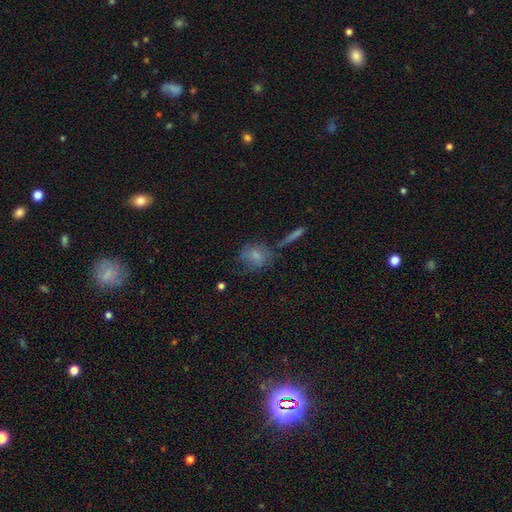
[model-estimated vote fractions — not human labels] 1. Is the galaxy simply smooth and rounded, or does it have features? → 65% smooth, 25% featured or disk, 11% star or artifact.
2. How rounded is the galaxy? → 52% round, 45% in between, 3% cigar-shaped.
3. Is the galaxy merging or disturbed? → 53% none, 23% minor disturbance, 14% major disturbance, 9% merger.